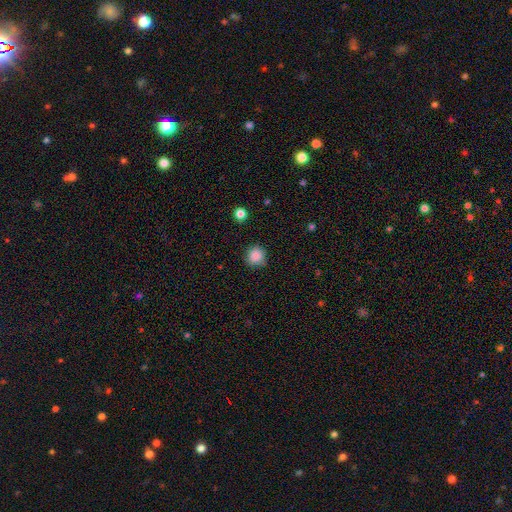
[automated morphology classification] Smooth or featured: smooth — 86% (star or artifact — 10%)
How rounded: round — 91% (in between — 8%)
Merging: none — 82% (minor disturbance — 13%)